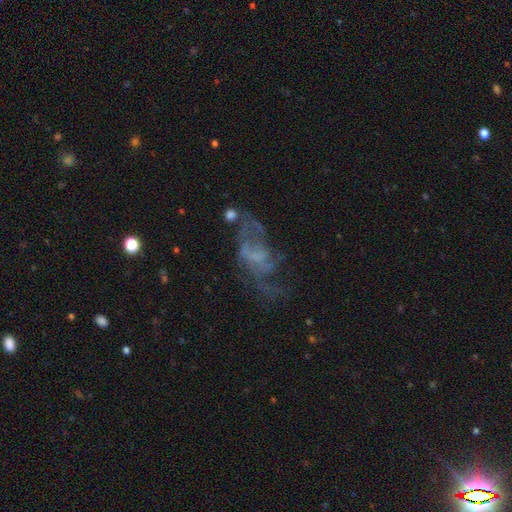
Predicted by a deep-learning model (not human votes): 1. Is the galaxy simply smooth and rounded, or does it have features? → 68% featured or disk, 17% smooth, 14% star or artifact.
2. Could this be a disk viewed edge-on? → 95% no, 5% yes.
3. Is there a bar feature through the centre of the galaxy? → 54% no, 37% weak, 9% strong.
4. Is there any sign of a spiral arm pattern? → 63% yes, 37% no.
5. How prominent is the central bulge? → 49% none, 30% small, 16% moderate, 4% large, 1% dominant.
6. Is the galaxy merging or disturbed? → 39% none, 38% major disturbance, 17% minor disturbance, 6% merger.